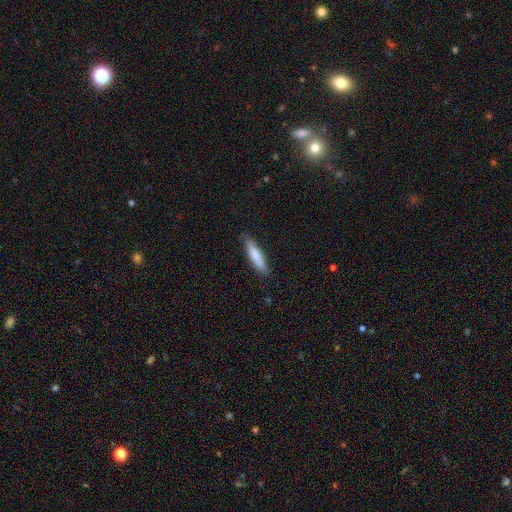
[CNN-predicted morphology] Overall: smooth (76%). How rounded: cigar-shaped (82%). Merging: none (86%).